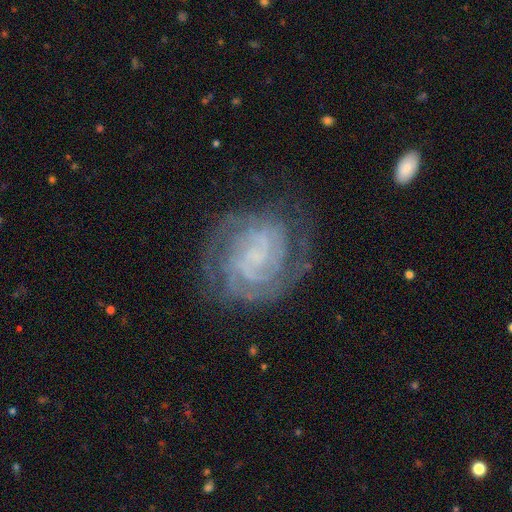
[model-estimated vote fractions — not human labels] Smooth or featured? Predicted: featured or disk (p=0.86). Edge-on disk? Predicted: no (p=0.98). Bar? Predicted: no (p=0.49). Spiral arms? Predicted: yes (p=0.97). Spiral winding? Predicted: tight (p=0.71). Spiral arm count? Predicted: 2 (p=0.39). Bulge size? Predicted: small (p=0.47). Merging? Predicted: none (p=0.74).